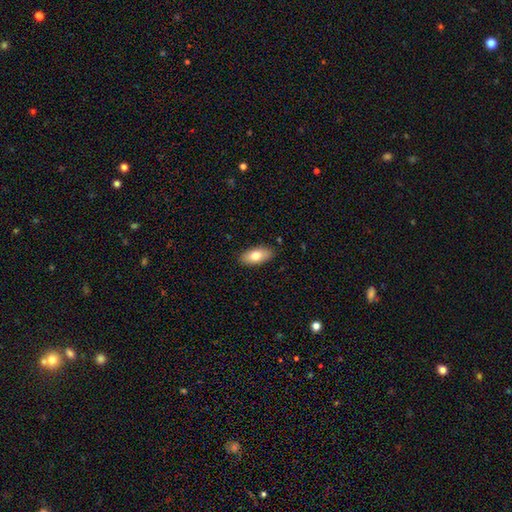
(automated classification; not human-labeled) Smooth or featured? smooth (76%)
How rounded? in between (90%)
Merging? none (88%)